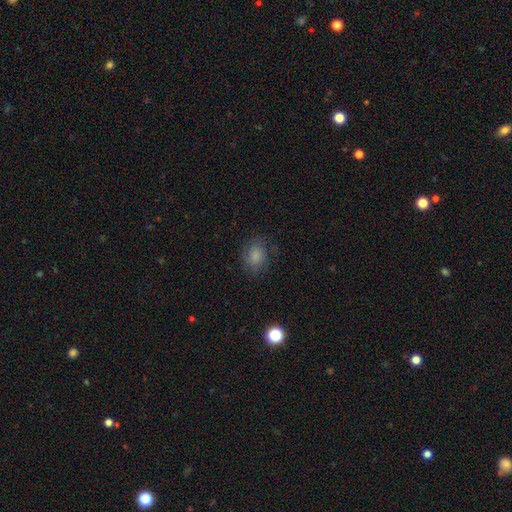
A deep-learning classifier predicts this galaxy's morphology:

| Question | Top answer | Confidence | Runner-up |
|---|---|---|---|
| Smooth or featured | smooth | 79% | featured or disk (11%) |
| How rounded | in between | 56% | round (43%) |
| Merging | none | 76% | minor disturbance (17%) |